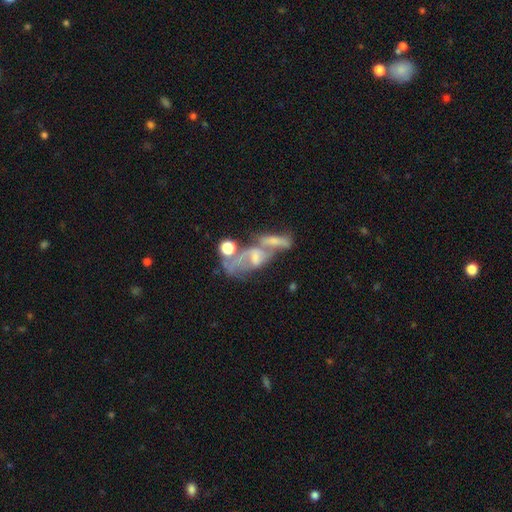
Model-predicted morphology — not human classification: Overall: featured or disk (57%; smooth 26%). Edge-on disk: no (87%). Merging: merger (57%).